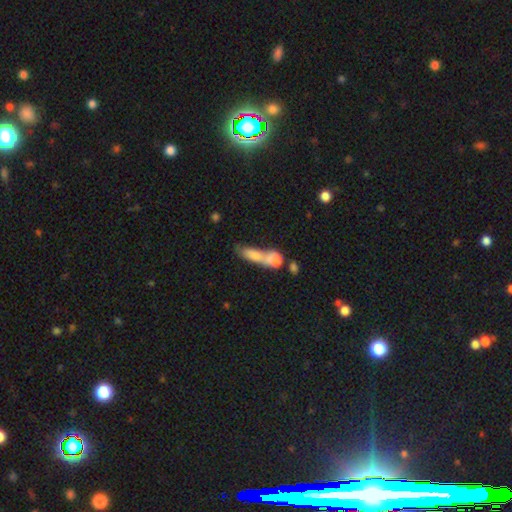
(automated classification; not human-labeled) smooth_or_featured: smooth (p=0.70) [alt: featured or disk p=0.21]
how_rounded: in between (p=0.46) [alt: cigar-shaped p=0.42]
merging: merger (p=0.63) [alt: none p=0.18]